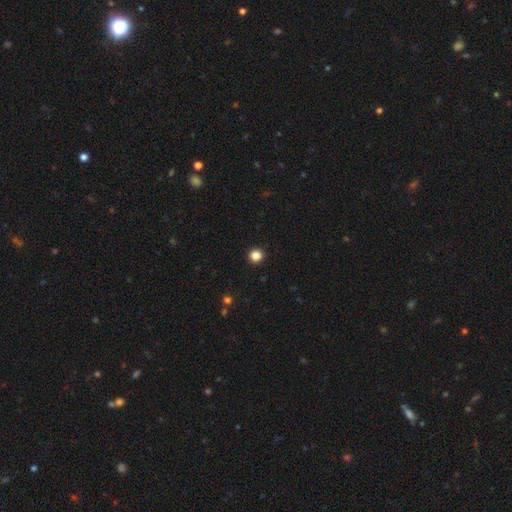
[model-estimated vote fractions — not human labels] Q: Smooth or featured?
A: smooth (85%); runner-up: star or artifact (11%)
Q: How rounded?
A: round (95%); runner-up: in between (4%)
Q: Merging?
A: none (94%); runner-up: minor disturbance (4%)